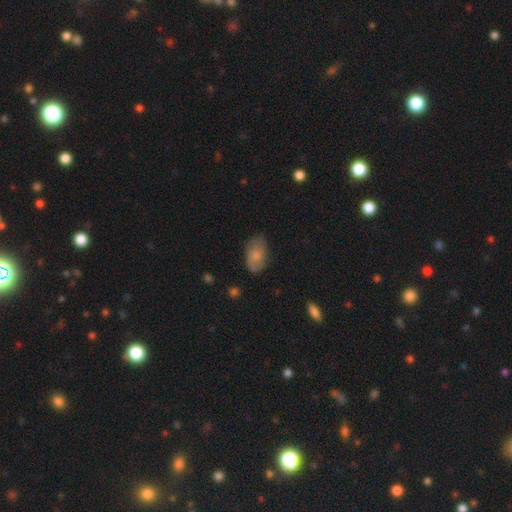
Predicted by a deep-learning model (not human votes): Smooth or featured: smooth — 72% (featured or disk — 20%)
How rounded: in between — 91% (round — 7%)
Merging: none — 69% (minor disturbance — 23%)